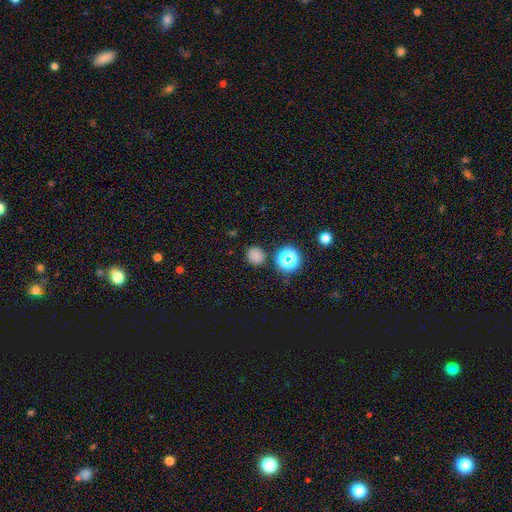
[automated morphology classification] smooth-or-featured: smooth: 74% | star or artifact: 22% | featured or disk: 5%
  how-rounded: round: 84% | in between: 15% | cigar-shaped: 1%
  merging: none: 84% | minor disturbance: 9% | merger: 4% | major disturbance: 3%